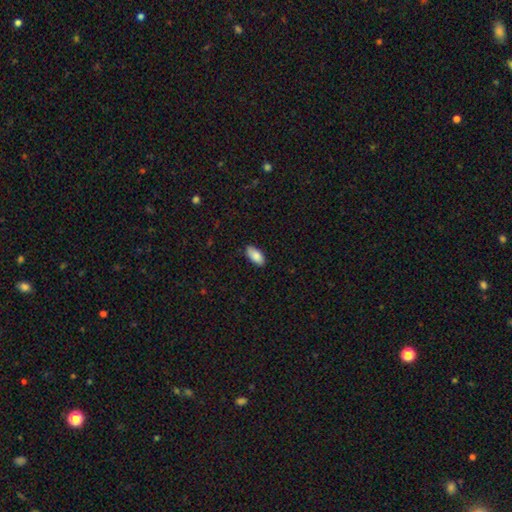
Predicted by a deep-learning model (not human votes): Smooth or featured: smooth — 88% (star or artifact — 6%)
How rounded: in between — 92% (cigar-shaped — 6%)
Merging: none — 86% (minor disturbance — 11%)